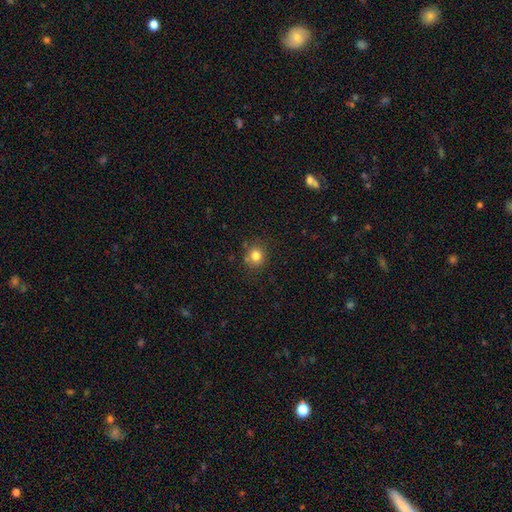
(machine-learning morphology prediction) Smooth or featured? smooth (81%)
How rounded? round (85%)
Merging? none (78%)